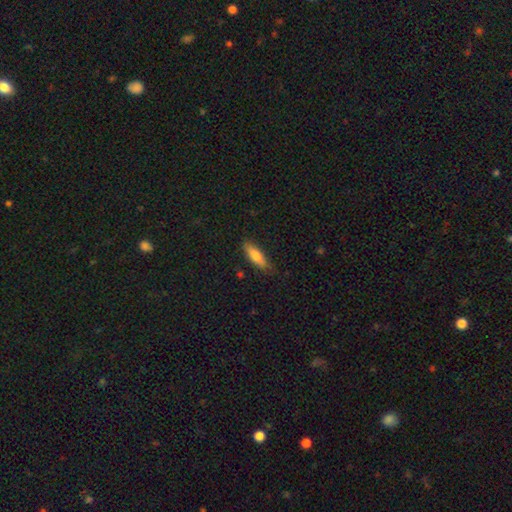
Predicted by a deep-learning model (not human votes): Q: Smooth or featured?
A: smooth (78%); runner-up: featured or disk (16%)
Q: How rounded?
A: cigar-shaped (50%); runner-up: in between (48%)
Q: Merging?
A: none (80%); runner-up: minor disturbance (15%)